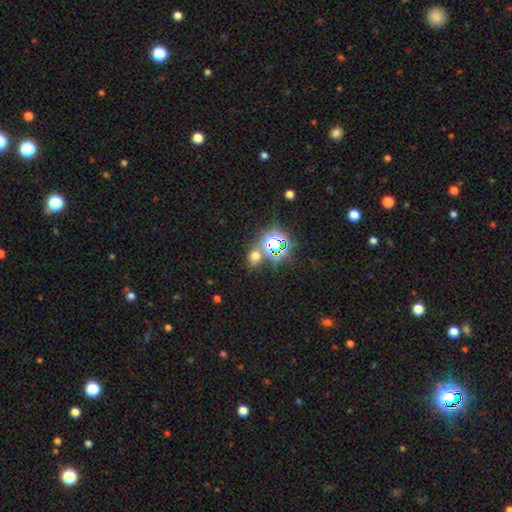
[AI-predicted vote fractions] A smooth galaxy with no disk features (51%) that is round (53%). Merging: none (69%).